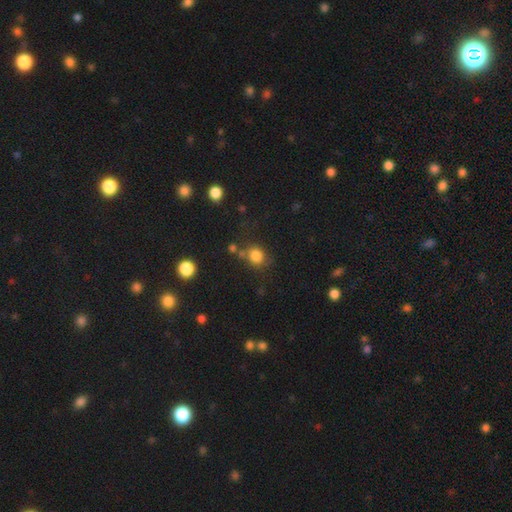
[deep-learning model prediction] A smooth galaxy with no disk features (82%) that is round (78%). Merging: none (68%).